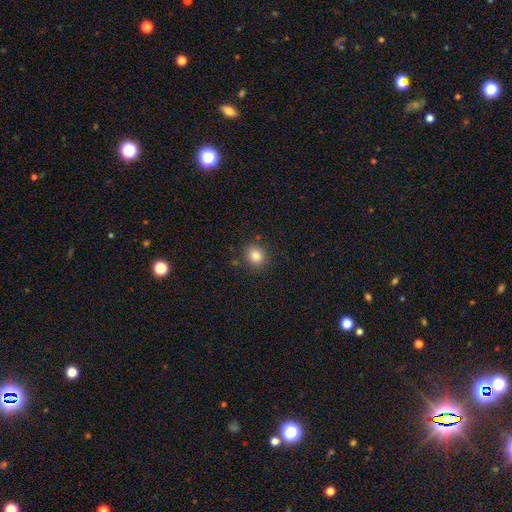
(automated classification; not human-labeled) This appears to be a smooth galaxy with no disk features (83%) that is round (83%). Merging: none (86%).